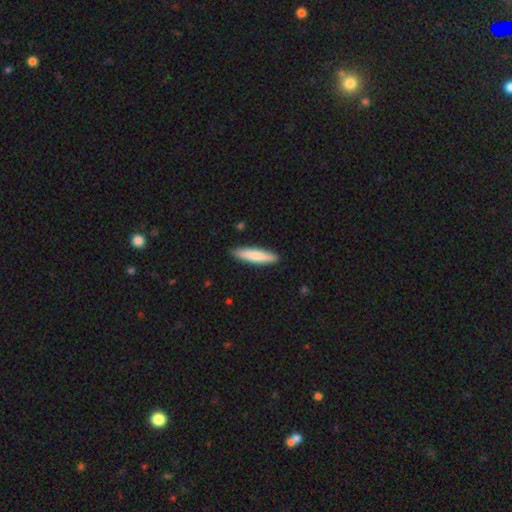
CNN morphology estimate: This appears to be a smooth galaxy with no disk features (79%) that is cigar-shaped (84%). Merging: none (90%).